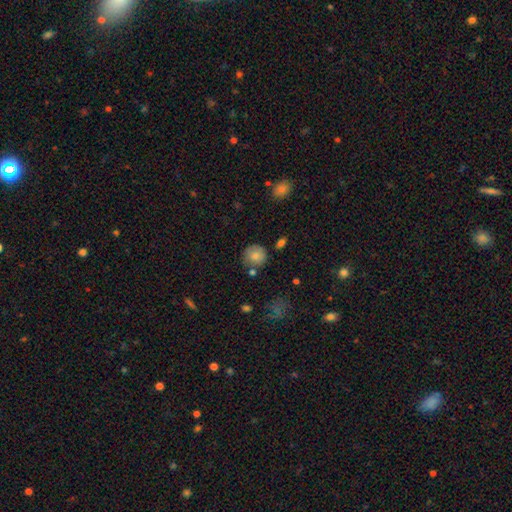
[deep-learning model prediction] Smooth or featured? Predicted: smooth (p=0.80). How rounded? Predicted: round (p=0.90). Merging? Predicted: none (p=0.74).